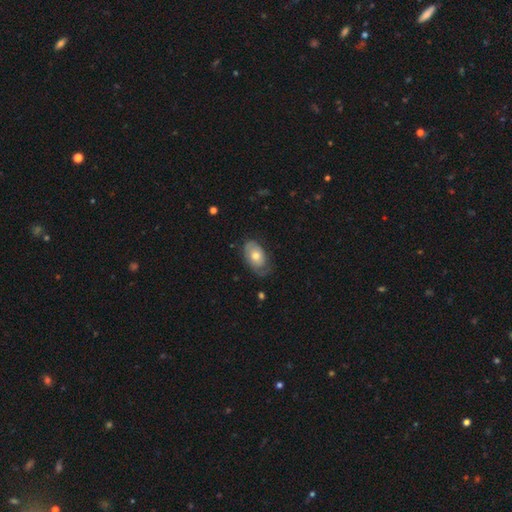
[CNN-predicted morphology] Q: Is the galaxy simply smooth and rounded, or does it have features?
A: smooth — 57%.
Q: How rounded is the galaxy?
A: in between — 88%.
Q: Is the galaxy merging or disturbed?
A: none — 58%.